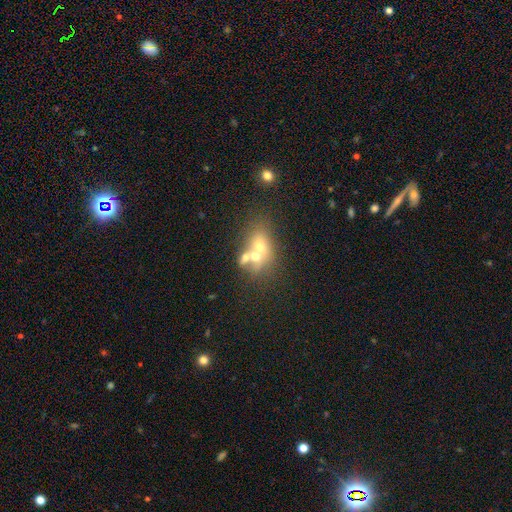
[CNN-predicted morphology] smooth-or-featured: smooth: 49% | featured or disk: 33% | star or artifact: 18%
  merging: merger: 54% | none: 31% | minor disturbance: 9% | major disturbance: 6%